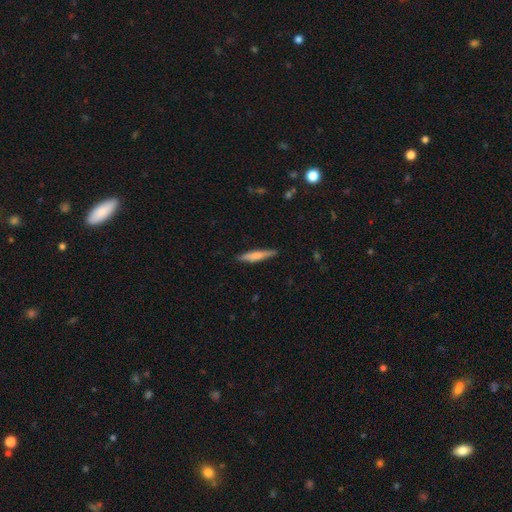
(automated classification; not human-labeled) A smooth galaxy with no disk features (59%) that is cigar-shaped (90%).

Vote fractions:
- Smooth or featured? smooth: 59% / featured or disk: 35% / star or artifact: 6%
- How rounded? cigar-shaped: 90% / in between: 8% / round: 2%
- Merging? none: 87% / minor disturbance: 10% / major disturbance: 2% / merger: 1%